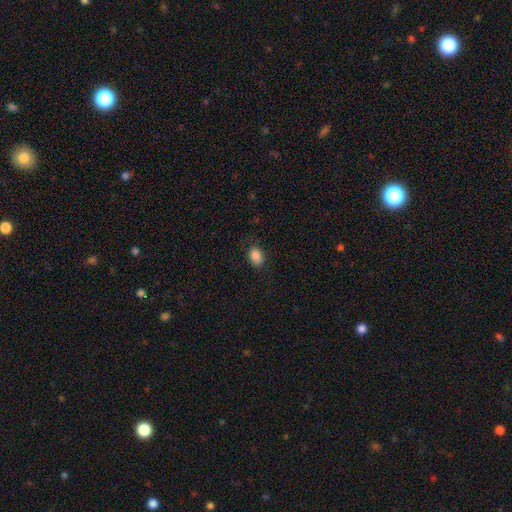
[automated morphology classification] smooth 86%, star or artifact 9%, featured or disk 5%. Down the decision tree: how rounded — in between (75%); merging — none (80%).